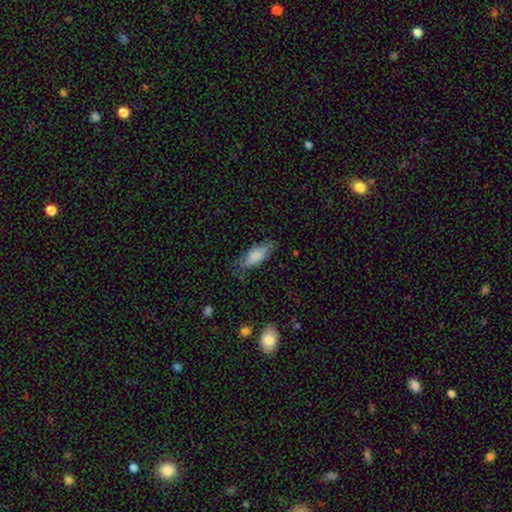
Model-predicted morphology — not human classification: Q: Smooth or featured?
A: smooth (80%); runner-up: featured or disk (13%)
Q: How rounded?
A: in between (76%); runner-up: cigar-shaped (22%)
Q: Merging?
A: none (70%); runner-up: minor disturbance (23%)